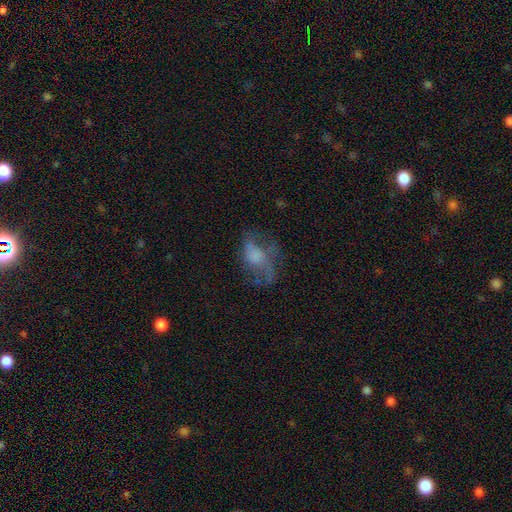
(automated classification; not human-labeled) Morphology: type=featured or disk (51%); edge-on=no (96%); merging=none (41%).